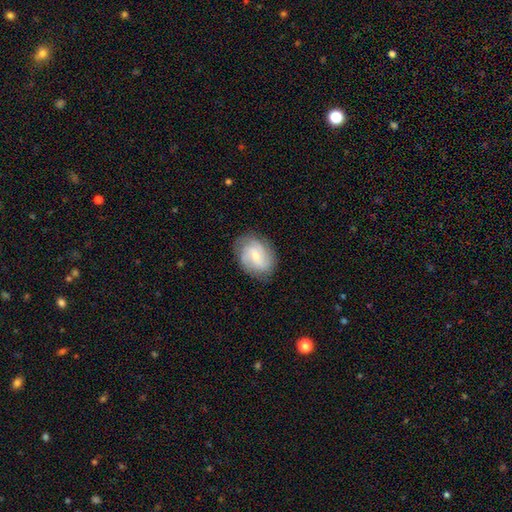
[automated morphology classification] Smooth or featured? featured or disk (69%)
Edge-on disk? no (97%)
Bar? no (47%)
Spiral arms? yes (94%)
Spiral winding? tight (50%)
Spiral arm count? can't tell (28%, tied with 3)
Bulge size? small (62%)
Merging? none (79%)